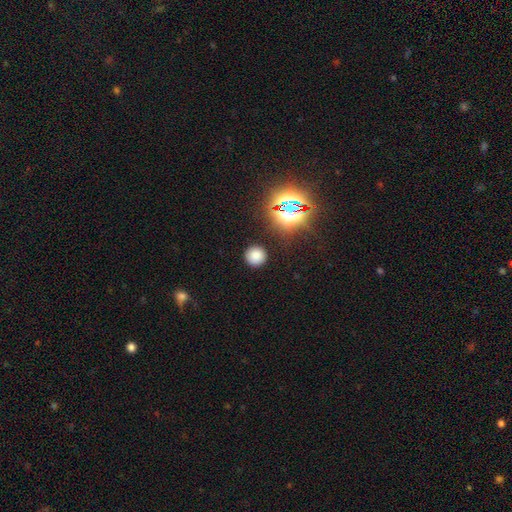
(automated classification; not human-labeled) Smooth or featured? Predicted: smooth (p=0.78). How rounded? Predicted: round (p=0.94). Merging? Predicted: none (p=0.90).